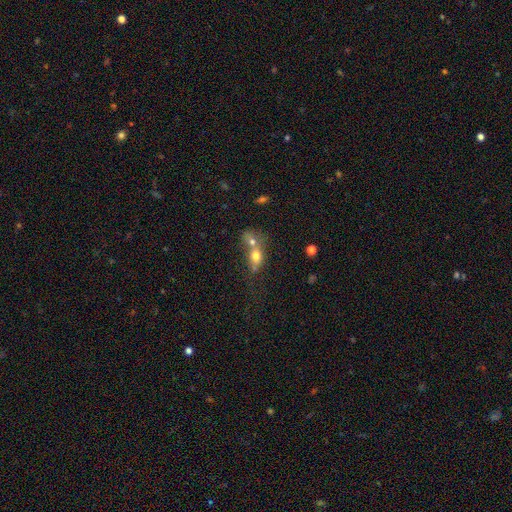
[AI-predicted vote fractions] This is likely a smooth galaxy (69%). How rounded: possibly in between (55%). Merging: likely merger (68%).